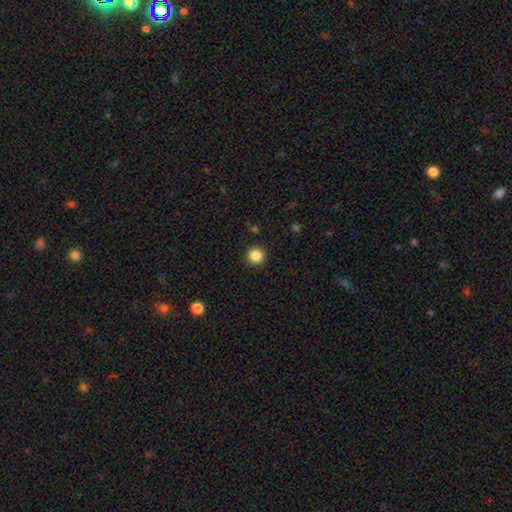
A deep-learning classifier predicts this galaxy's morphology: Smooth or featured? smooth (86%)
How rounded? round (95%)
Merging? none (92%)